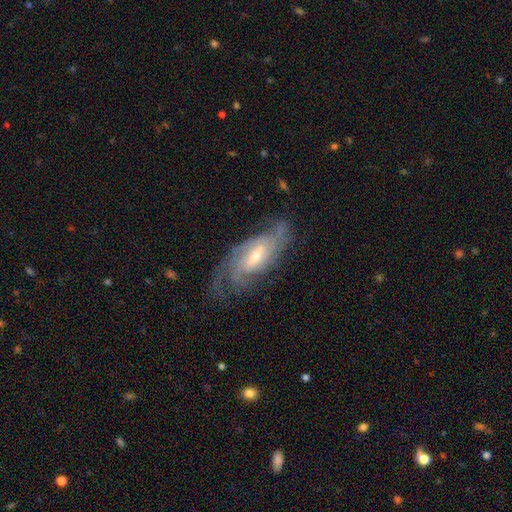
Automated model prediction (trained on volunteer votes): Smooth or featured? Predicted: featured or disk (p=0.84). Edge-on disk? Predicted: no (p=0.92). Bar? Predicted: no (p=0.45). Spiral arms? Predicted: yes (p=0.95). Spiral winding? Predicted: tight (p=0.48). Spiral arm count? Predicted: can't tell (p=0.31). Bulge size? Predicted: small (p=0.60). Merging? Predicted: none (p=0.65).